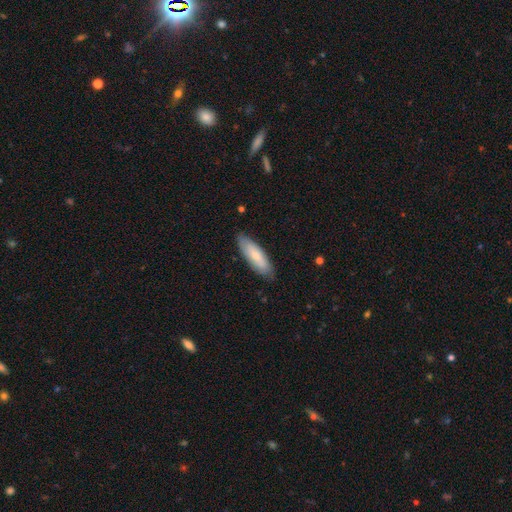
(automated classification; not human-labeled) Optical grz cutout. It shows a smooth galaxy with no disk features (72%) that is in between round and cigar-shaped (53%). Merging: none (82%).